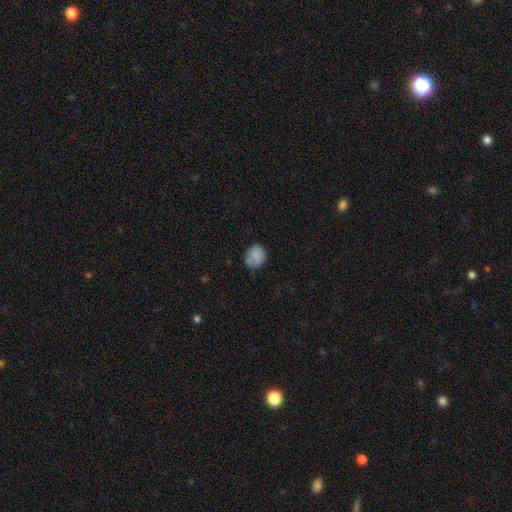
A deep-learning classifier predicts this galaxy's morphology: Smooth or featured: smooth — 83% (featured or disk — 9%)
How rounded: round — 66% (in between — 33%)
Merging: none — 67% (minor disturbance — 26%)